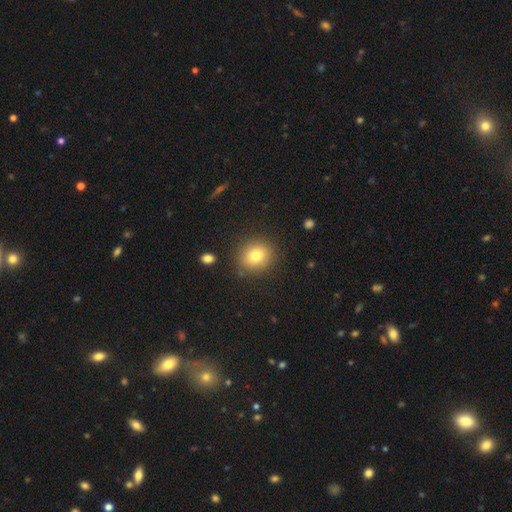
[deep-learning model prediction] A smooth galaxy with no disk features (79%) that is round (78%).

Vote fractions:
- Smooth or featured? smooth: 79% / star or artifact: 11% / featured or disk: 10%
- How rounded? round: 78% / in between: 21% / cigar-shaped: 1%
- Merging? none: 86% / minor disturbance: 9% / major disturbance: 3% / merger: 2%